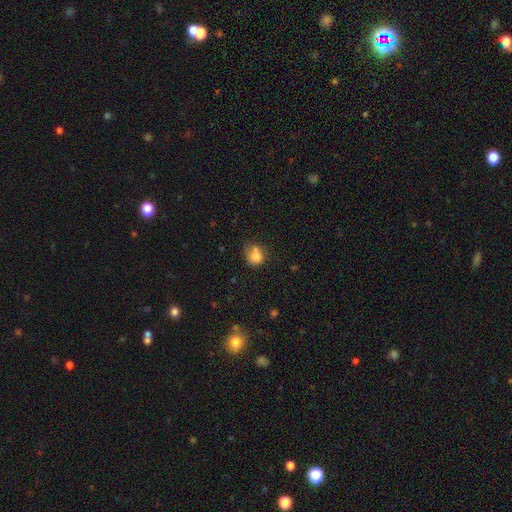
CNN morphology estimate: Q: Smooth or featured?
A: smooth (80%); runner-up: star or artifact (11%)
Q: How rounded?
A: round (66%); runner-up: in between (33%)
Q: Merging?
A: none (44%); runner-up: minor disturbance (31%)